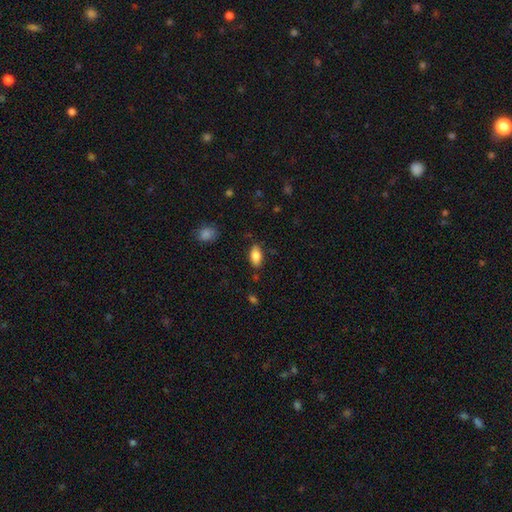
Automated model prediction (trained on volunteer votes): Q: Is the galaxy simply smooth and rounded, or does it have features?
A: smooth — 83%.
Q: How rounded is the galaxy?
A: in between — 89%.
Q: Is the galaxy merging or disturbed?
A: none — 82%.